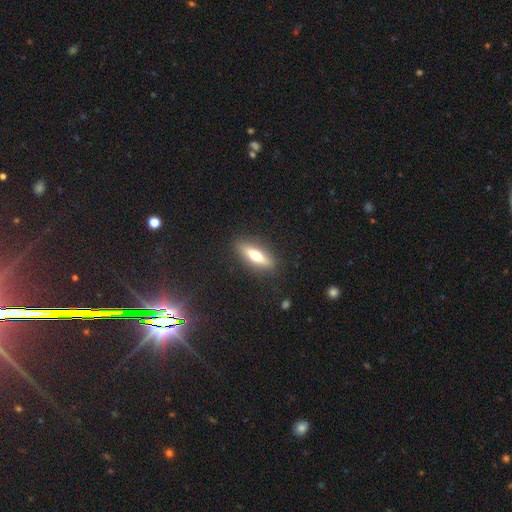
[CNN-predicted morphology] Q: Smooth or featured?
A: smooth (52%); runner-up: featured or disk (42%)
Q: How rounded?
A: cigar-shaped (57%); runner-up: in between (40%)
Q: Merging?
A: none (88%); runner-up: minor disturbance (9%)